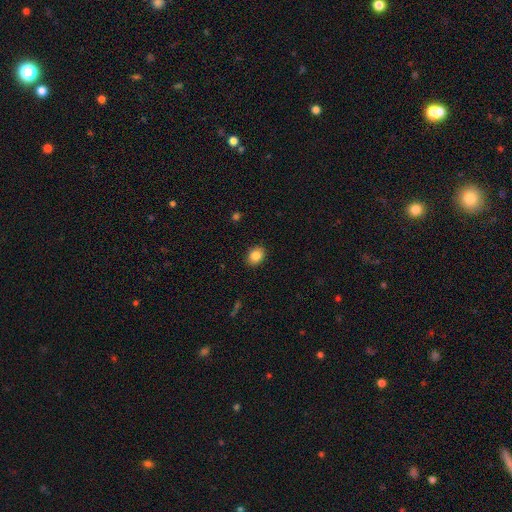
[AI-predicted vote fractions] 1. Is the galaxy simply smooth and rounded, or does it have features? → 85% smooth, 9% star or artifact, 7% featured or disk.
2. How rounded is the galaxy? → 61% in between, 38% round, 1% cigar-shaped.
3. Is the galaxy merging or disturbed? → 89% none, 8% minor disturbance, 2% major disturbance, 1% merger.